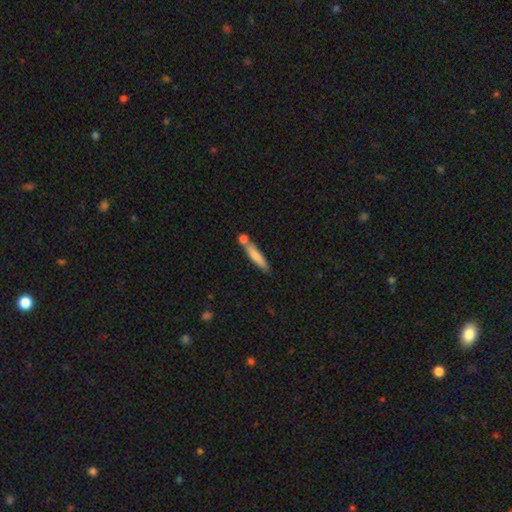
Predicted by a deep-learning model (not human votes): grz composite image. It shows a smooth galaxy with no disk features (73%) that is cigar-shaped (87%). Merging: none (62%).